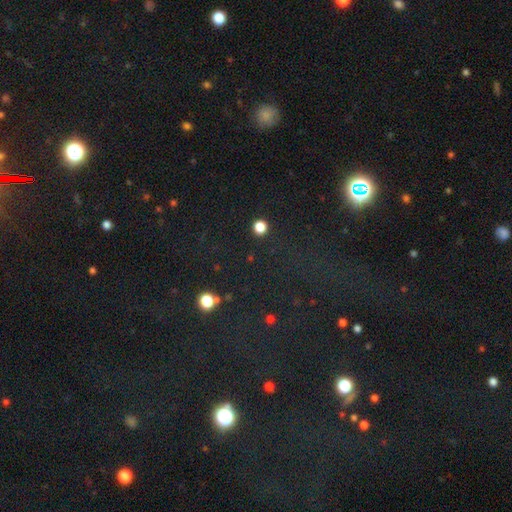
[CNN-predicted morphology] Q: Smooth or featured?
A: star or artifact (76%); runner-up: smooth (17%)